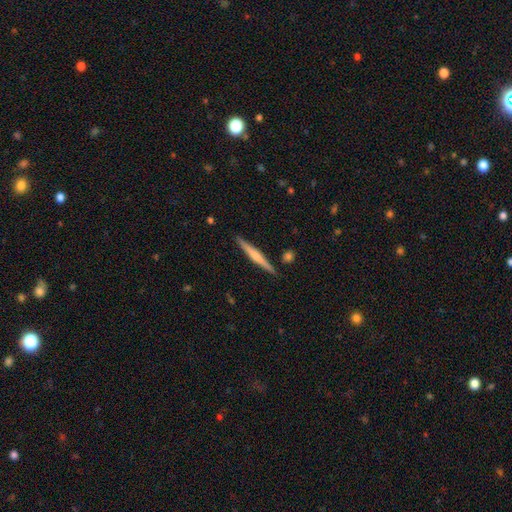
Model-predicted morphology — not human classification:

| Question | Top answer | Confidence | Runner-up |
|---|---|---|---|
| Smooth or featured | featured or disk | 55% | smooth (40%) |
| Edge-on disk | yes | 98% | no (2%) |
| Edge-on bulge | rounded | 58% | none (29%) |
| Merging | none | 89% | minor disturbance (7%) |